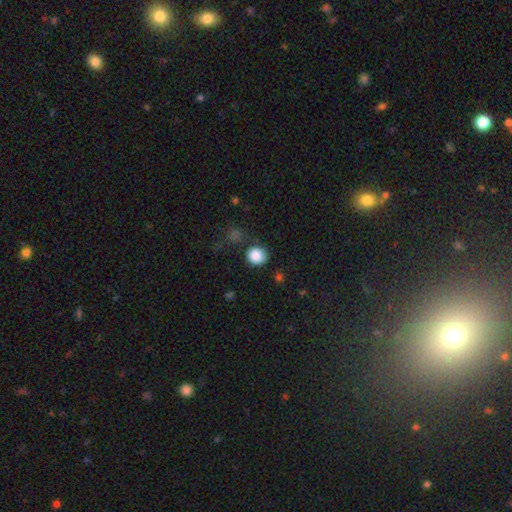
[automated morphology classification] Overall: smooth (87%). How rounded: round (87%). Merging: none (77%).